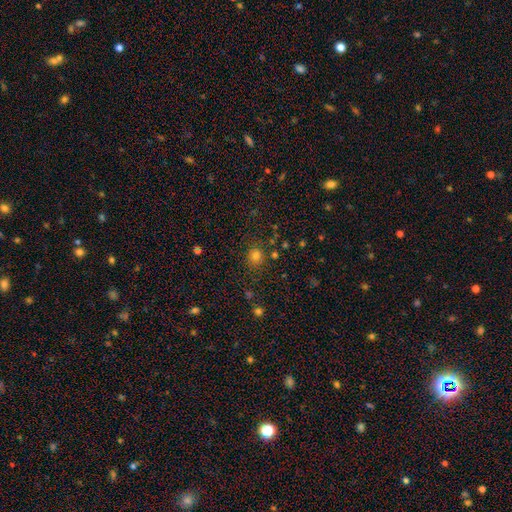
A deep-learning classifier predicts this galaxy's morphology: This appears to be a smooth galaxy with no disk features (75%) that is round (82%). Merging: none (82%).